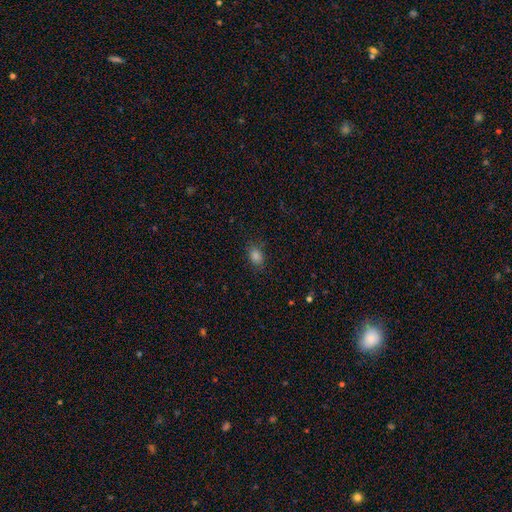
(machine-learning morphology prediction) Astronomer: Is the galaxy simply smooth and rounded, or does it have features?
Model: smooth — 80%.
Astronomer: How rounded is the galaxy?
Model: in between — 75%.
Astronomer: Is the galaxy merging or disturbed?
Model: none — 82%.